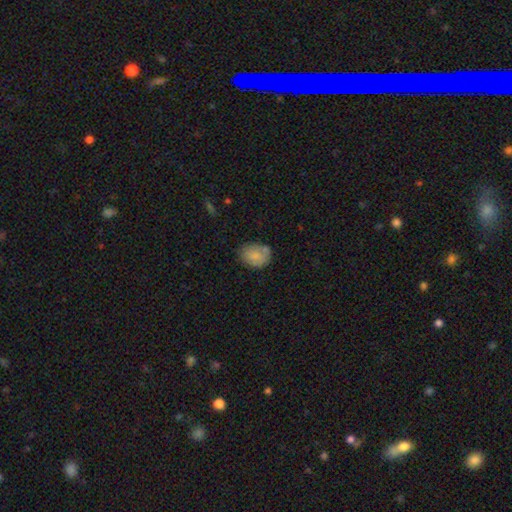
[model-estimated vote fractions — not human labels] The model was most divided on "how rounded": in between: 62%, round: 37%, cigar-shaped: 1%. More confident: smooth or featured — smooth (78%); merging — none (66%).